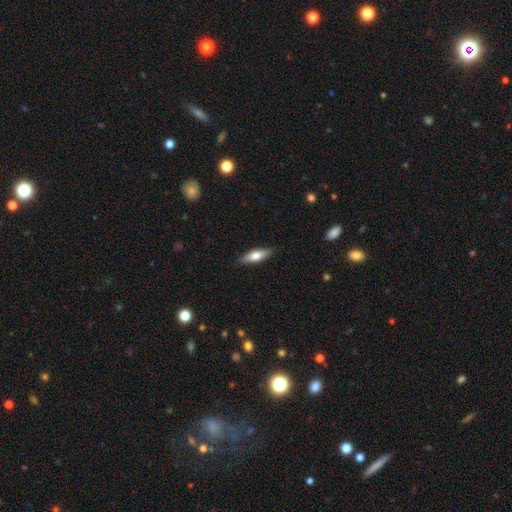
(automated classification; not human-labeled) smooth_or_featured: smooth (p=0.68) [alt: featured or disk p=0.27]
how_rounded: in between (p=0.55) [alt: cigar-shaped p=0.42]
merging: none (p=0.88) [alt: minor disturbance p=0.09]